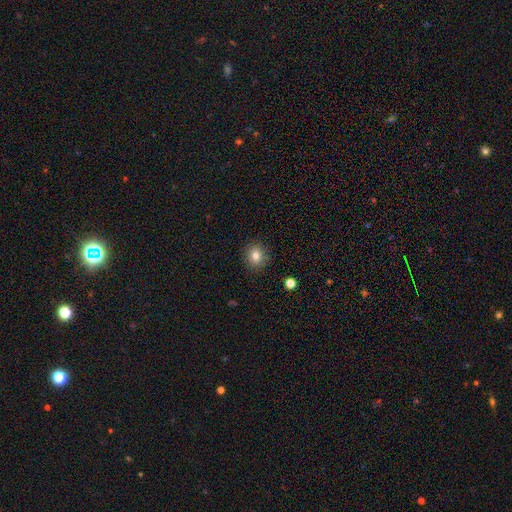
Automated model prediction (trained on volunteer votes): This appears to be a smooth galaxy with no disk features (80%) that is round (80%). Merging: none (89%).